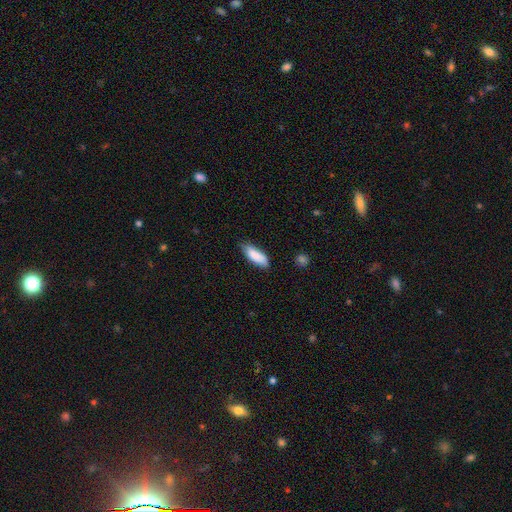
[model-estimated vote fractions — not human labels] Smooth or featured? smooth (86%)
How rounded? in between (67%)
Merging? none (73%)